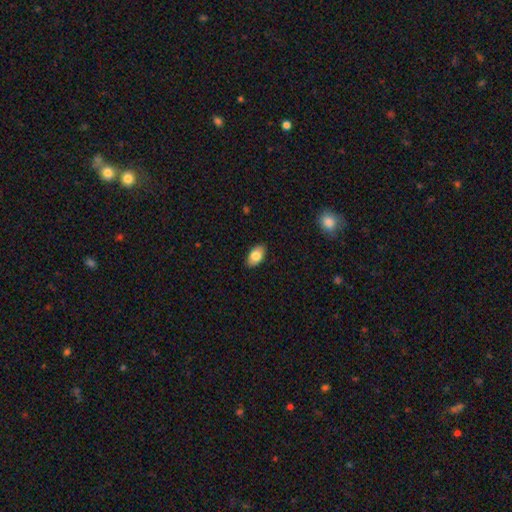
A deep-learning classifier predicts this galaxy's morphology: Q: Smooth or featured?
A: smooth (82%); runner-up: featured or disk (11%)
Q: How rounded?
A: in between (93%); runner-up: round (5%)
Q: Merging?
A: none (88%); runner-up: minor disturbance (9%)